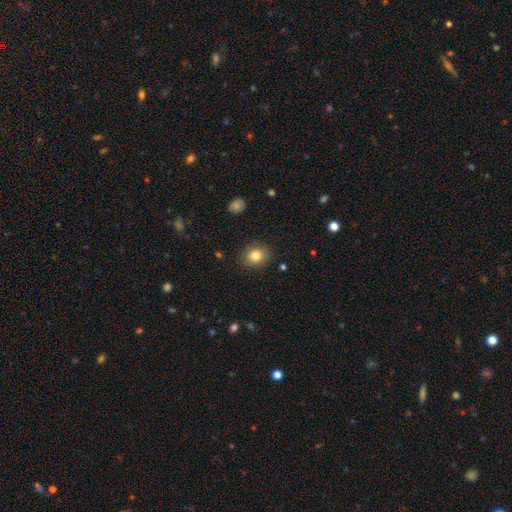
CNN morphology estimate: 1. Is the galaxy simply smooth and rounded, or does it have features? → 82% smooth, 10% star or artifact, 8% featured or disk.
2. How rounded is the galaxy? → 63% round, 36% in between, 1% cigar-shaped.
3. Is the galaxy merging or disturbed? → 89% none, 8% minor disturbance, 2% major disturbance, 1% merger.